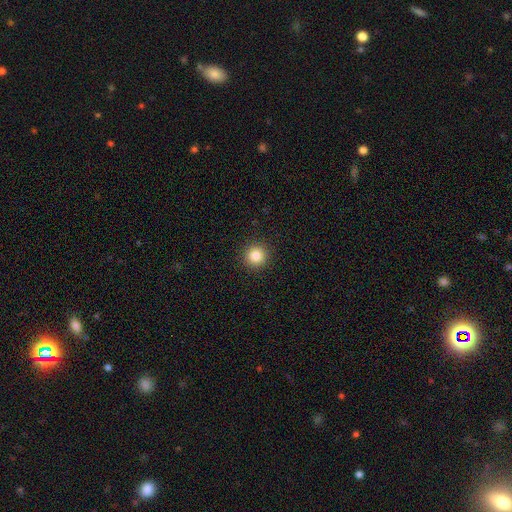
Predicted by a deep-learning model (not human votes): Overall: smooth (85%). How rounded: round (95%). Merging: none (93%).